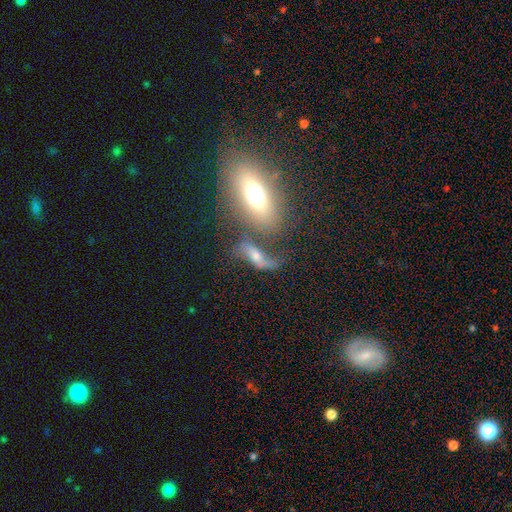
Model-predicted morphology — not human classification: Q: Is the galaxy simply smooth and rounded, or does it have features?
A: featured or disk — 55%.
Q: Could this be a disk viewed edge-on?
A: no — 75%.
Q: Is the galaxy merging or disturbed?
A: none — 38%.